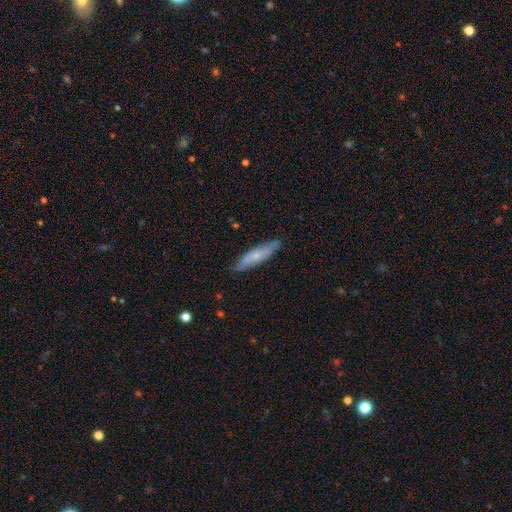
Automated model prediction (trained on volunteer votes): smooth 60%, featured or disk 35%, star or artifact 6%. Down the decision tree: how rounded — cigar-shaped (78%); merging — none (84%).